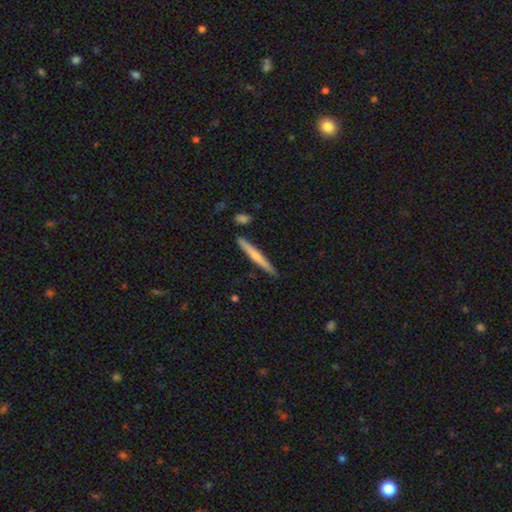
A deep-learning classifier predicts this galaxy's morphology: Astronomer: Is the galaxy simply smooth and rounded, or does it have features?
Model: smooth — 58% (runner-up: featured or disk, 37%).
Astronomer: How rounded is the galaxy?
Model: cigar-shaped — 96%.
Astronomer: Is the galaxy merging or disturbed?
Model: none — 88%.